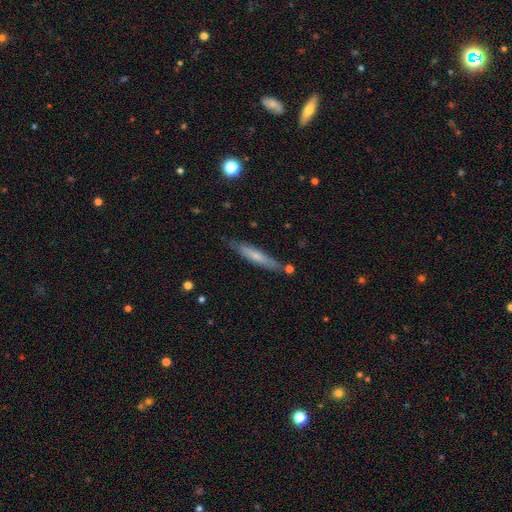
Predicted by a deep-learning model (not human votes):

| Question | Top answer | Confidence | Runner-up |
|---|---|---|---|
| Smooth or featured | smooth | 57% | featured or disk (37%) |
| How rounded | cigar-shaped | 91% | in between (8%) |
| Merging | none | 78% | minor disturbance (15%) |